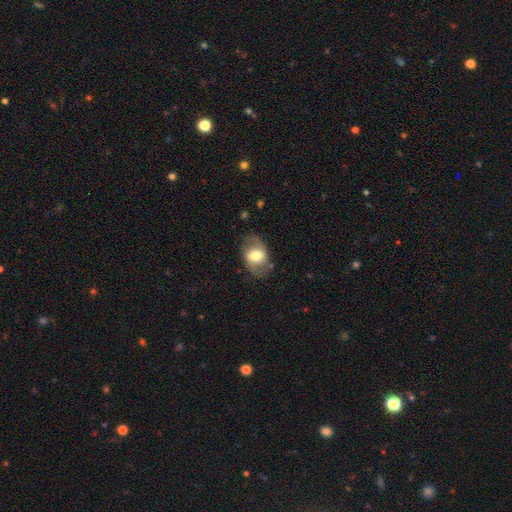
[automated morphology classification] Q: Smooth or featured?
A: smooth (47%); runner-up: featured or disk (46%)
Q: Merging?
A: none (74%); runner-up: minor disturbance (16%)